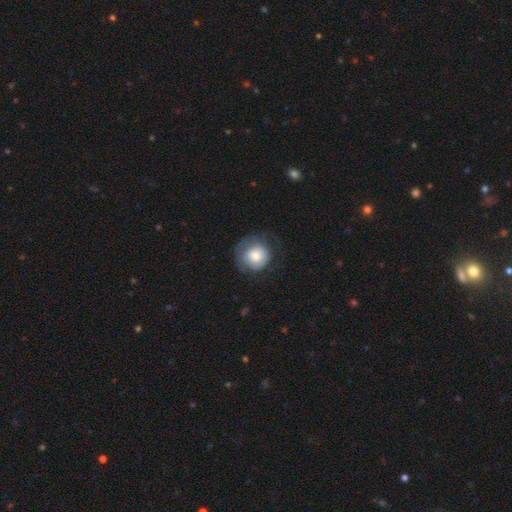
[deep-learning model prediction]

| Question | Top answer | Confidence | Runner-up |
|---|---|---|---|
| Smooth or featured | smooth | 62% | featured or disk (31%) |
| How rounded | round | 89% | in between (10%) |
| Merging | none | 58% | minor disturbance (23%) |